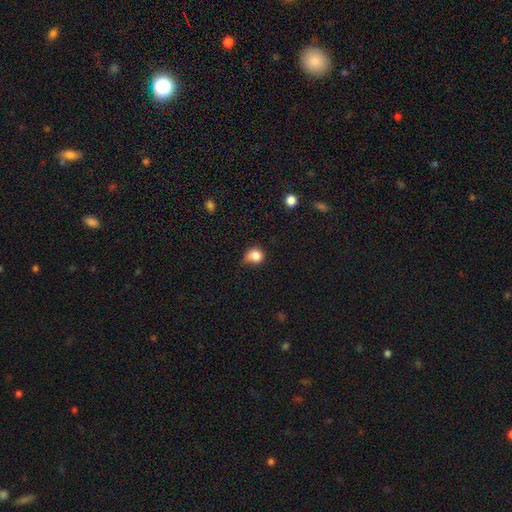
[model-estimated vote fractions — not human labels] smooth_or_featured: smooth (p=0.84) [alt: star or artifact p=0.10]
how_rounded: round (p=0.74) [alt: in between p=0.25]
merging: minor disturbance (p=0.43) [alt: none p=0.39]